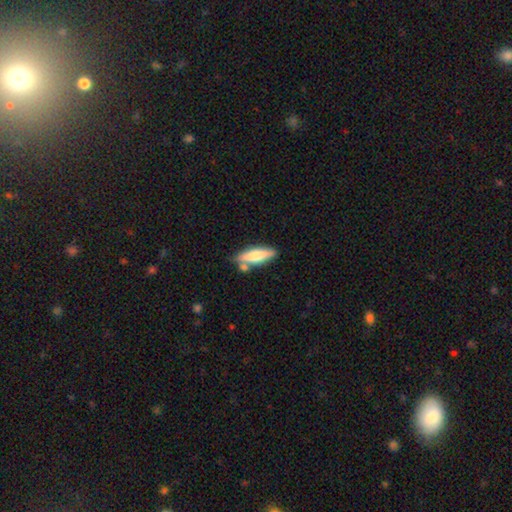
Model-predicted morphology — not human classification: Smooth or featured? Predicted: smooth (p=0.64). How rounded? Predicted: cigar-shaped (p=0.65). Merging? Predicted: none (p=0.69).